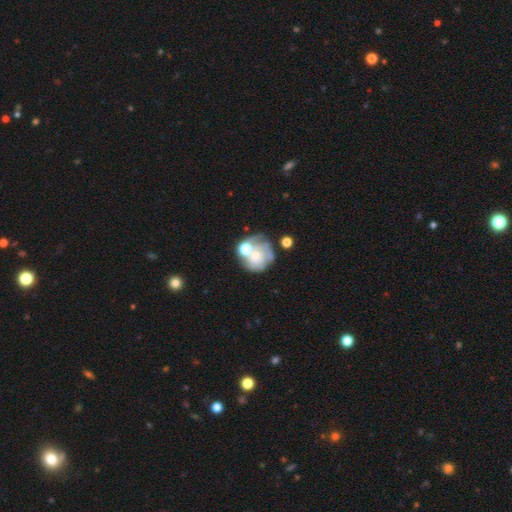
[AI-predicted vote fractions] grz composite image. It shows a featured or disk galaxy (60%) with no bar (82%), spiral arms (63%) and a small central bulge (46%). Merging: none (44%).